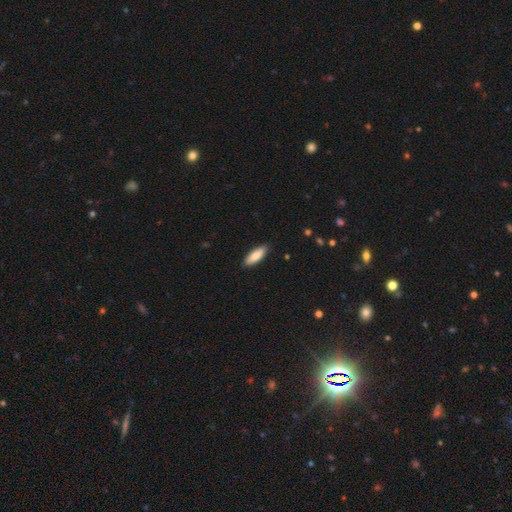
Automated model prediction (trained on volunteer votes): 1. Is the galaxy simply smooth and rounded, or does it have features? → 84% smooth, 11% featured or disk, 5% star or artifact.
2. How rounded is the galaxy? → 60% in between, 38% cigar-shaped, 2% round.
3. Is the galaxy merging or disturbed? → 88% none, 9% minor disturbance, 2% major disturbance, 1% merger.